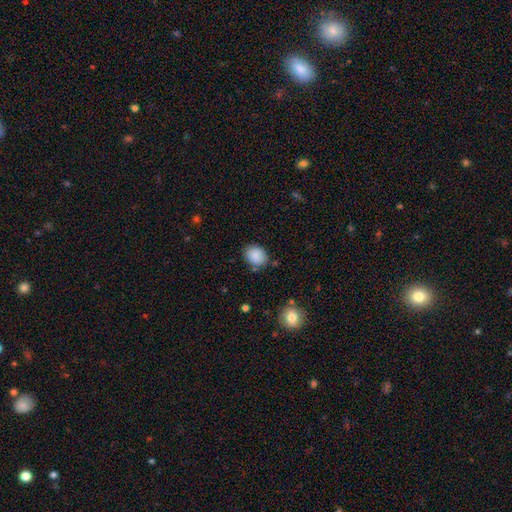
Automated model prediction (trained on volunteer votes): smooth 88%, star or artifact 8%, featured or disk 4%. Down the decision tree: how rounded — round (50%); merging — none (79%).